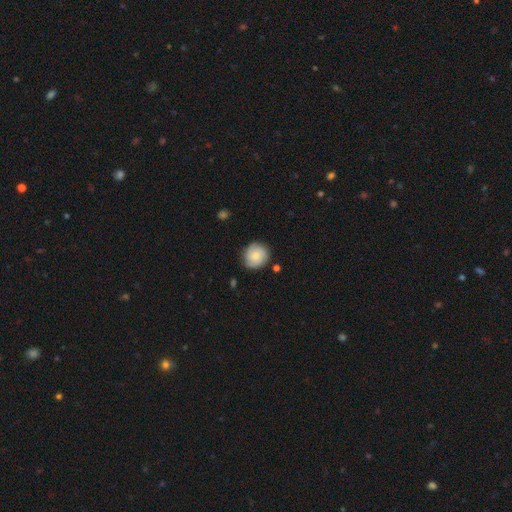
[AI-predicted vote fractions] Smooth or featured: smooth — 70% (featured or disk — 23%)
How rounded: round — 90% (in between — 9%)
Merging: none — 80% (minor disturbance — 15%)